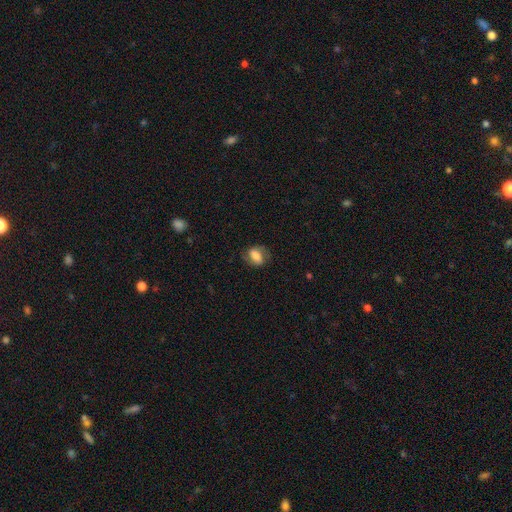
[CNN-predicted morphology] Overall: smooth (61%; featured or disk 31%). How rounded: in between (78%). Merging: none (69%).